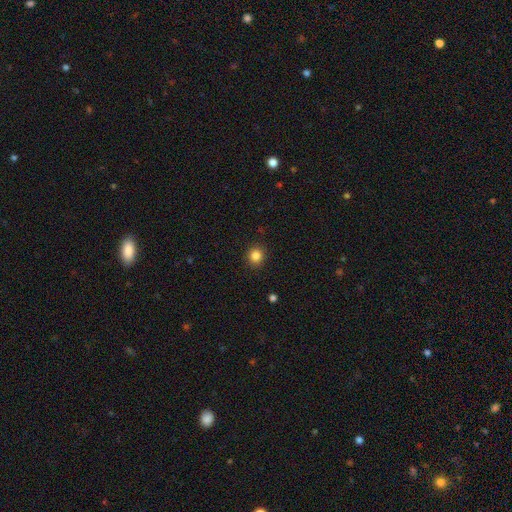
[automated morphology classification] type=smooth (85%); roundness=round (89%); merging=none (91%).